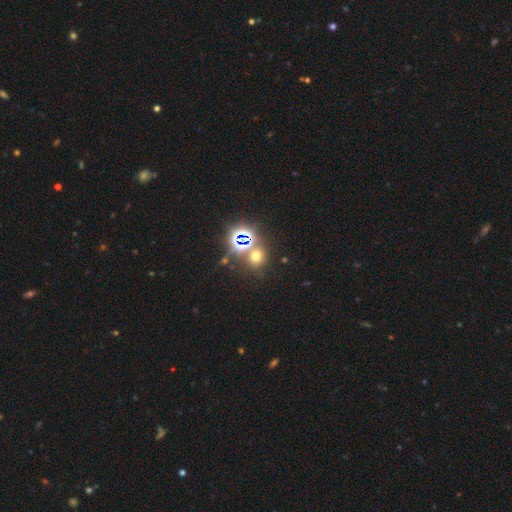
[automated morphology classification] A smooth galaxy with no disk features (46%). Merging: none (71%).